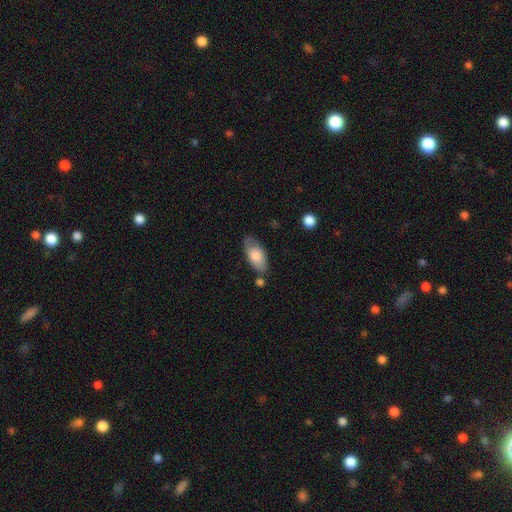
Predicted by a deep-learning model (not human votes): This appears to be a smooth galaxy with no disk features (77%) that is in between round and cigar-shaped (91%). Merging: none (64%).